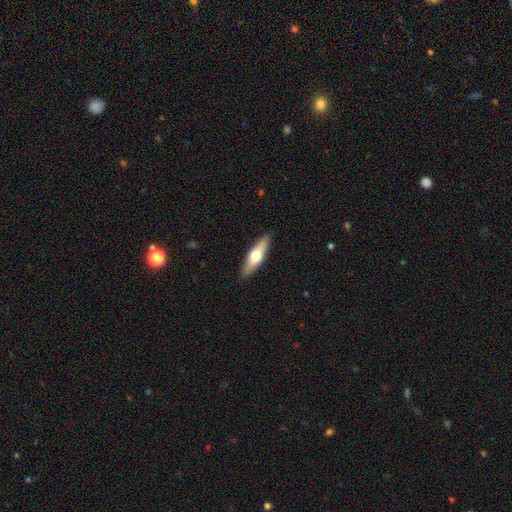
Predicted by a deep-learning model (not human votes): Overall: smooth (52%; featured or disk 43%). How rounded: cigar-shaped (59%; in between 39%). Merging: none (89%).